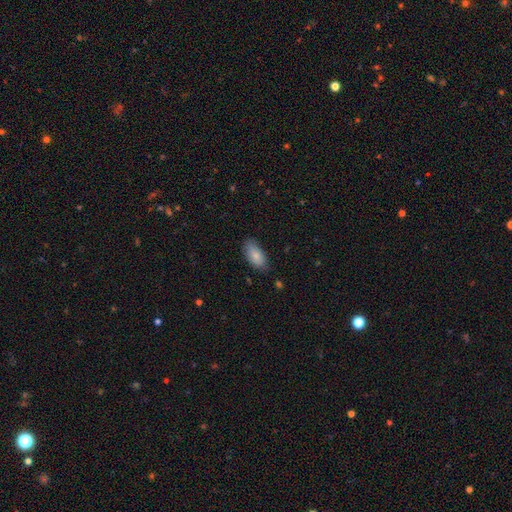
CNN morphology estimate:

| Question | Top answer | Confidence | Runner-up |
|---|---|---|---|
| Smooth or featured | smooth | 84% | featured or disk (10%) |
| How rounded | in between | 92% | cigar-shaped (6%) |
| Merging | none | 78% | minor disturbance (18%) |